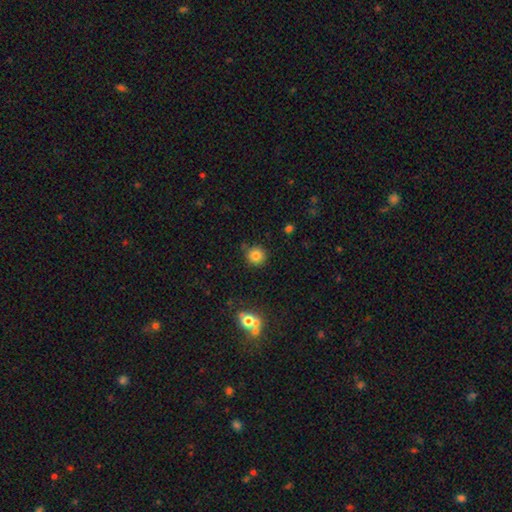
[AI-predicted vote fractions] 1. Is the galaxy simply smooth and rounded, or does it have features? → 83% smooth, 12% star or artifact, 6% featured or disk.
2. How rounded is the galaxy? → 93% round, 6% in between, 1% cigar-shaped.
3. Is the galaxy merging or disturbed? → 82% none, 11% minor disturbance, 4% merger, 3% major disturbance.